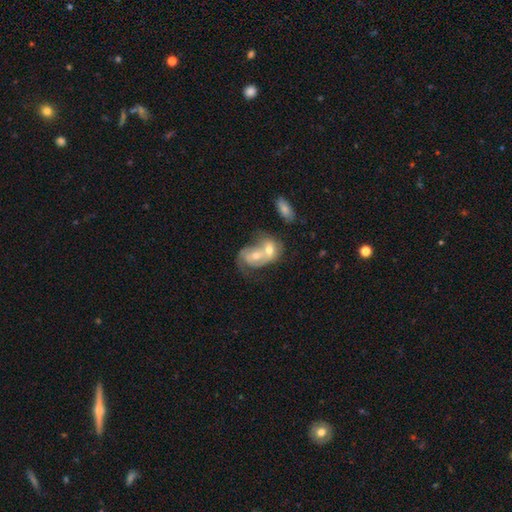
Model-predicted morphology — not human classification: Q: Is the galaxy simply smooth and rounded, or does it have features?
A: featured or disk — 58%.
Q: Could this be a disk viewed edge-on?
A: no — 96%.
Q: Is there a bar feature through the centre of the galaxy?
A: no — 68%.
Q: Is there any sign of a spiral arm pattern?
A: yes — 66%.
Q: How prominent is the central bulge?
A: moderate — 64%.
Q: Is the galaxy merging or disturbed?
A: merger — 77%.